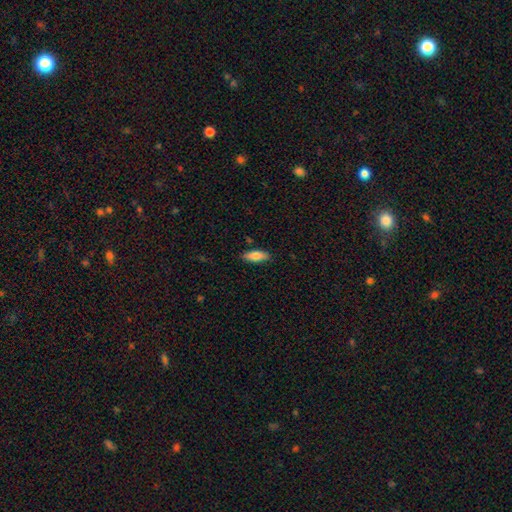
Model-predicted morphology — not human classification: A smooth galaxy with no disk features (81%) that is in between round and cigar-shaped (71%).

Vote fractions:
- Smooth or featured? smooth: 81% / featured or disk: 13% / star or artifact: 6%
- How rounded? in between: 71% / cigar-shaped: 27% / round: 2%
- Merging? none: 85% / minor disturbance: 11% / major disturbance: 2% / merger: 2%